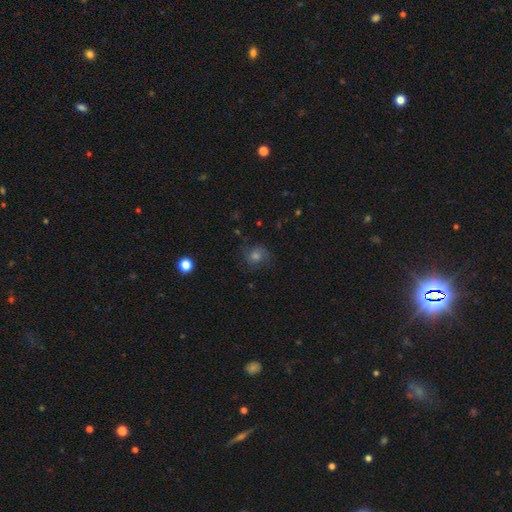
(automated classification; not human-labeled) smooth 52%, featured or disk 26%, star or artifact 21%. Down the decision tree: how rounded — round (82%); merging — none (74%).